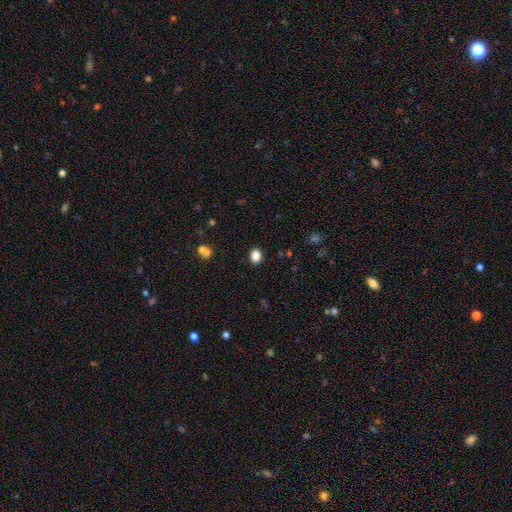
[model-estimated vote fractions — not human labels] The model was most divided on "how rounded": in between: 65%, round: 34%, cigar-shaped: 1%. More confident: merging — none (88%); smooth or featured — smooth (85%).